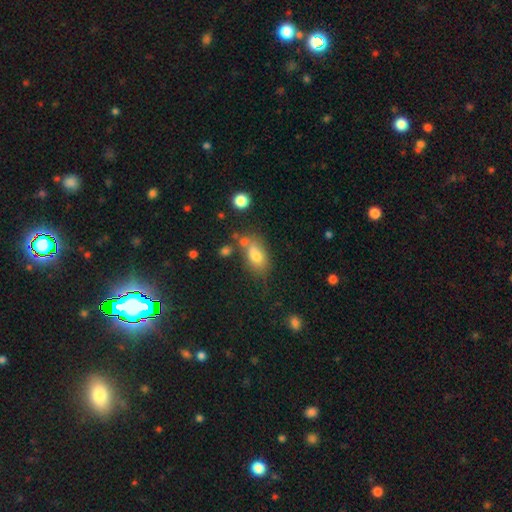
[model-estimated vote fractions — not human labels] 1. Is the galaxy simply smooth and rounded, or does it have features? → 74% smooth, 15% featured or disk, 11% star or artifact.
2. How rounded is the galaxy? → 85% in between, 11% round, 4% cigar-shaped.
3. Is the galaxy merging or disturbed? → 52% none, 21% minor disturbance, 19% merger, 8% major disturbance.